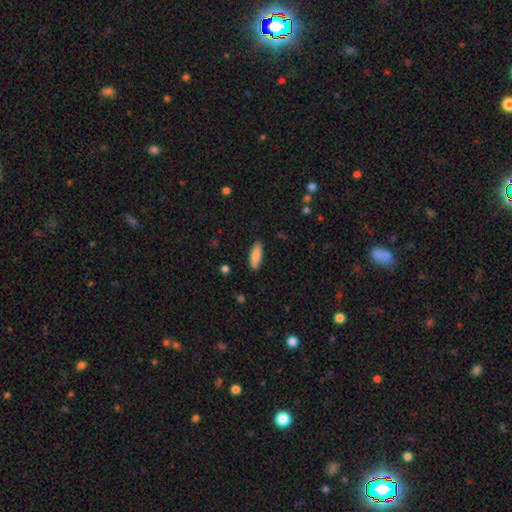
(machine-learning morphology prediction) The model was most divided on "how rounded": in between: 60%, cigar-shaped: 38%, round: 2%. More confident: smooth or featured — smooth (87%); merging — none (86%).